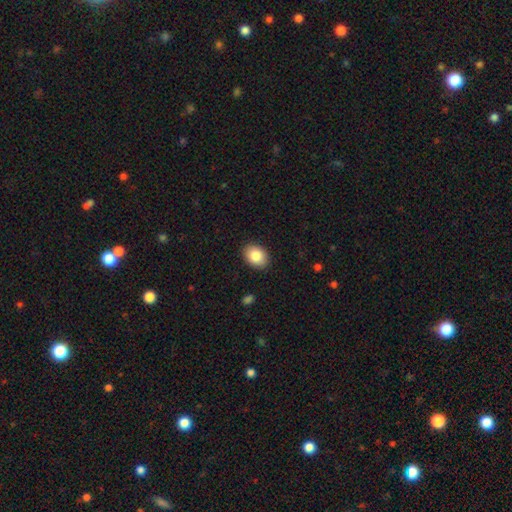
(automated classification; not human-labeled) This appears to be a smooth galaxy with no disk features (86%) that is in between round and cigar-shaped (72%). Merging: none (90%).